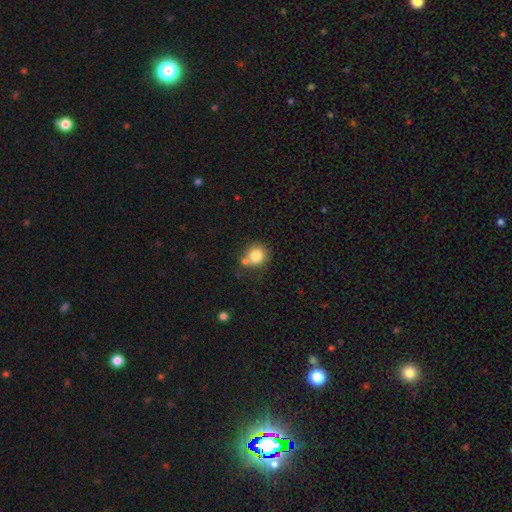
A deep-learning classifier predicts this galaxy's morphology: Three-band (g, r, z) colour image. It shows a smooth galaxy with no disk features (82%) that is round (86%). Merging: none (59%).